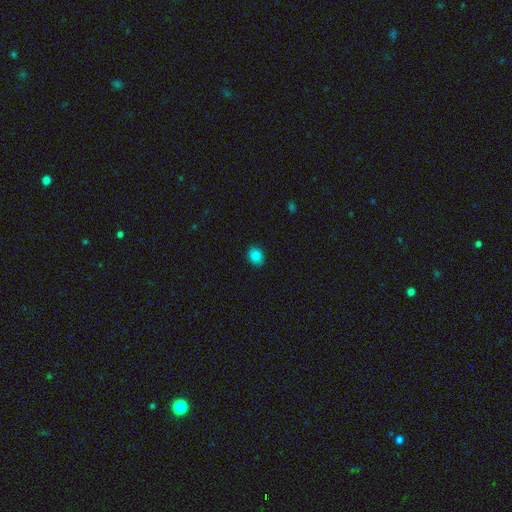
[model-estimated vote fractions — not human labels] Smooth or featured: smooth — 84% (star or artifact — 11%)
How rounded: round — 52% (in between — 47%)
Merging: none — 89% (minor disturbance — 8%)